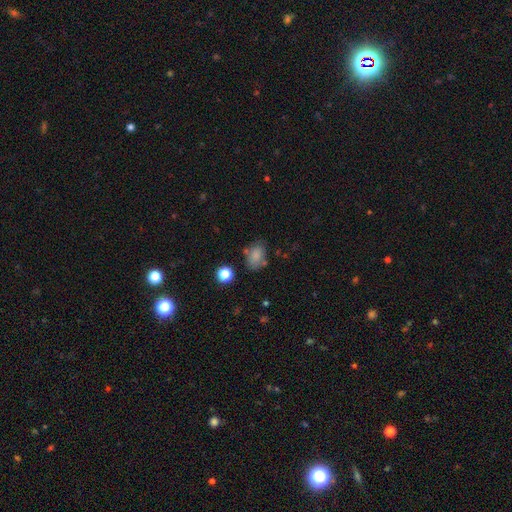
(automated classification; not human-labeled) This appears to be a smooth galaxy with no disk features (80%) that is in between round and cigar-shaped (75%). Merging: none (65%).